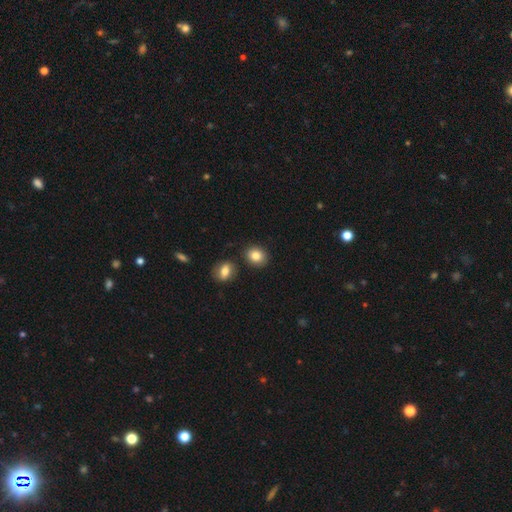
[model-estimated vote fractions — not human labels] This appears to be a smooth galaxy with no disk features (84%) that is round (65%). Merging: none (82%).